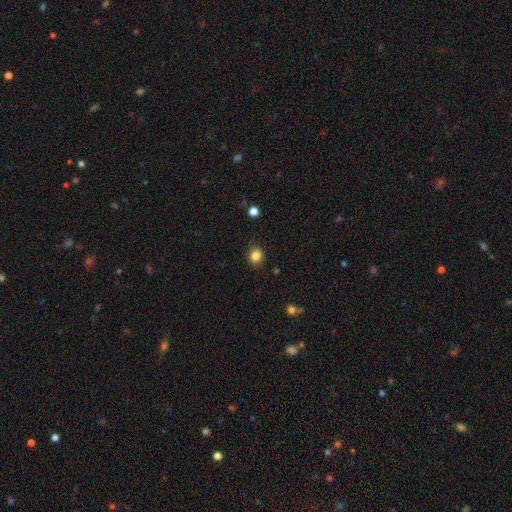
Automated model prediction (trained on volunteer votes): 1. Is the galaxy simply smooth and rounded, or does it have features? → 84% smooth, 12% star or artifact, 5% featured or disk.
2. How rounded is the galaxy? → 79% round, 20% in between, 1% cigar-shaped.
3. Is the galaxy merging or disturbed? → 88% none, 9% minor disturbance, 2% major disturbance, 1% merger.